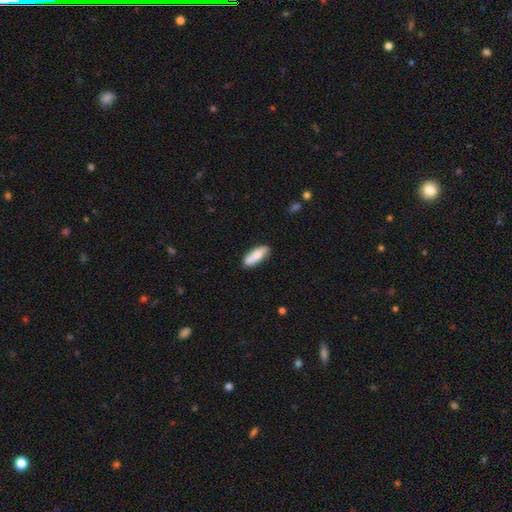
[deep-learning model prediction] smooth 73%, featured or disk 22%, star or artifact 5%. Down the decision tree: how rounded — in between (60%); merging — none (83%).